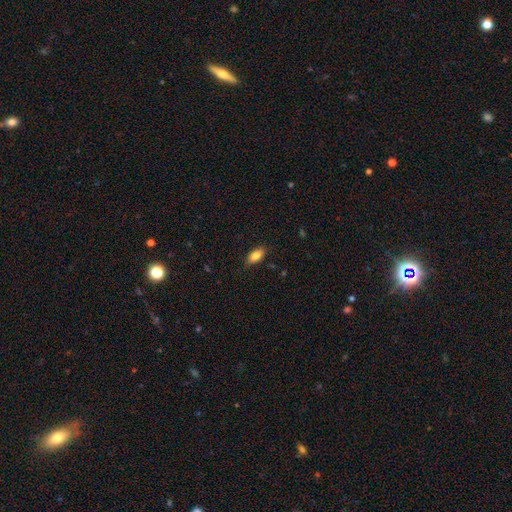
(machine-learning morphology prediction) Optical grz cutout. It shows a smooth galaxy with no disk features (83%) that is in between round and cigar-shaped (88%). Merging: none (84%).